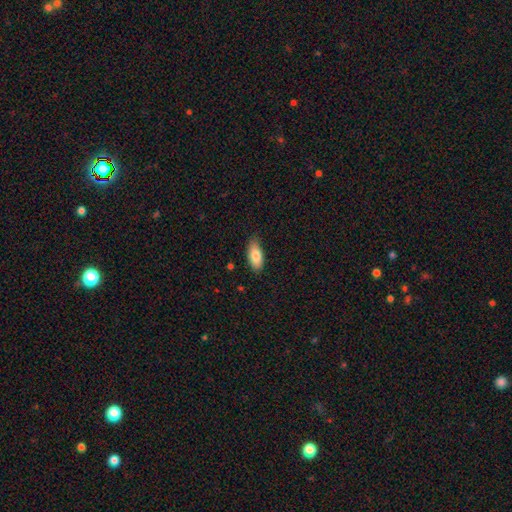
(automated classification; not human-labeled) The model was most divided on "merging": none: 81%, minor disturbance: 15%, major disturbance: 2%, merger: 1%. More confident: how rounded — in between (86%); smooth or featured — smooth (81%).